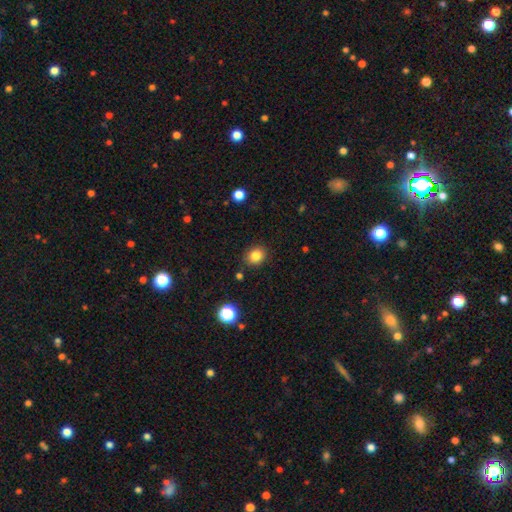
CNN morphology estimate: Q: Smooth or featured?
A: smooth (83%); runner-up: star or artifact (12%)
Q: How rounded?
A: round (71%); runner-up: in between (29%)
Q: Merging?
A: none (88%); runner-up: minor disturbance (8%)